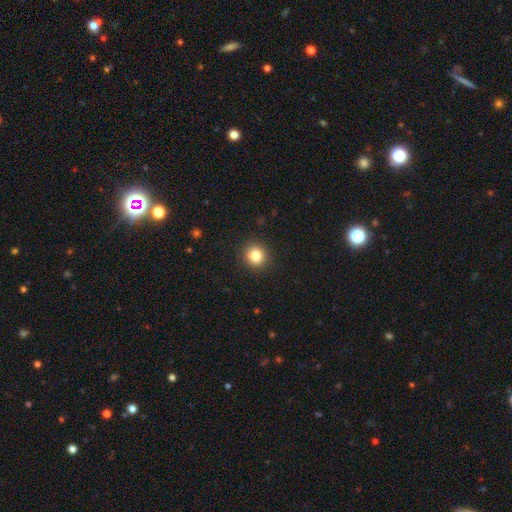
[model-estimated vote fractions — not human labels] Overall: smooth (83%). How rounded: round (90%). Merging: none (91%).